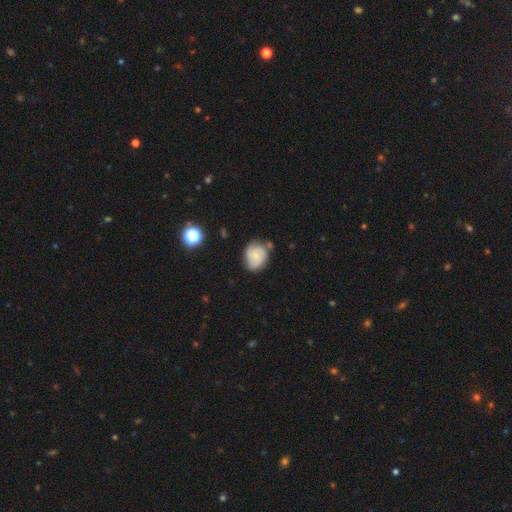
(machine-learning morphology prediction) This appears to be a featured or disk galaxy (51%). Merging: none (66%).